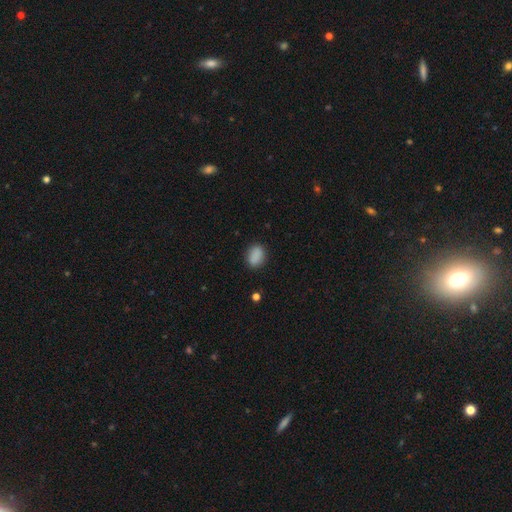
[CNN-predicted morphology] Overall: smooth (87%). How rounded: in between (79%). Merging: none (84%).